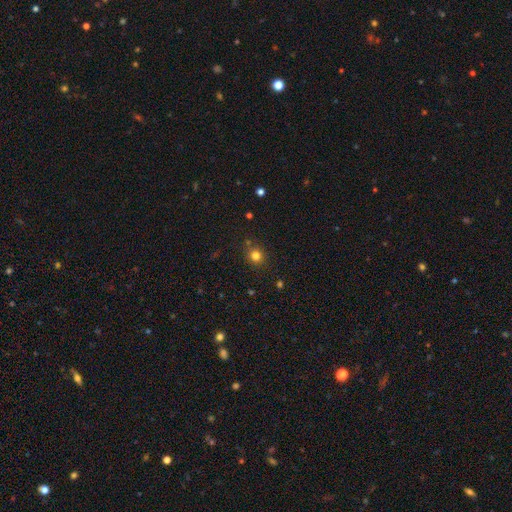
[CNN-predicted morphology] Overall: smooth (79%). How rounded: round (85%). Merging: none (85%).